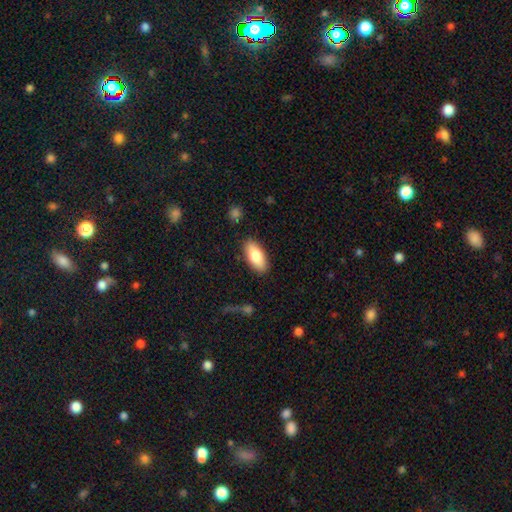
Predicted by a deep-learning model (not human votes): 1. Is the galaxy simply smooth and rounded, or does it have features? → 81% smooth, 13% featured or disk, 6% star or artifact.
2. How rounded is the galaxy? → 87% in between, 10% cigar-shaped, 2% round.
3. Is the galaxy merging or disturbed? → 87% none, 10% minor disturbance, 2% major disturbance, 2% merger.